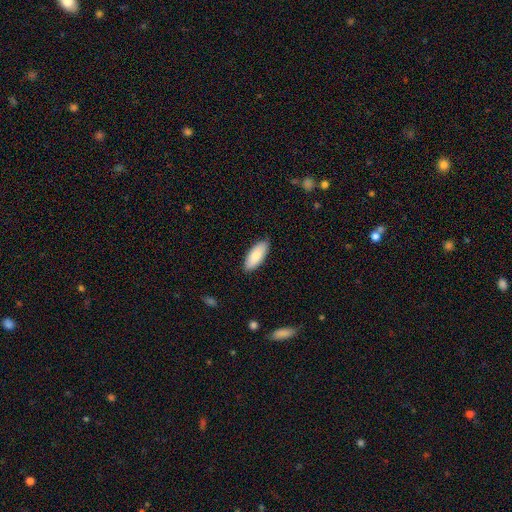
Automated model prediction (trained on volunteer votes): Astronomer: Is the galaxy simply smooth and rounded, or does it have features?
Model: smooth — 83%.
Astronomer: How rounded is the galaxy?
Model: in between — 81%.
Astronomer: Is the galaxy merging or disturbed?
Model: none — 88%.